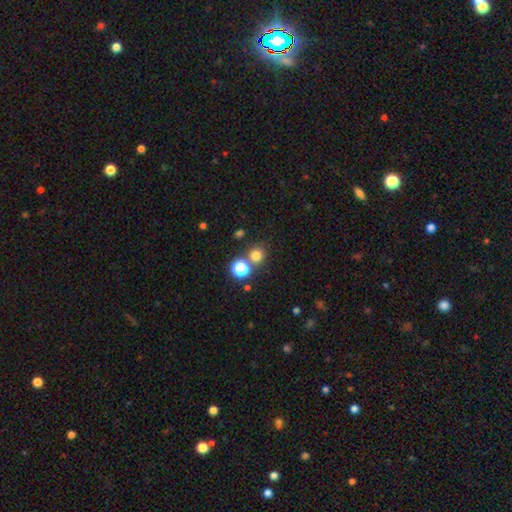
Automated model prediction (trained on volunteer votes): Smooth or featured? smooth (74%)
How rounded? round (89%)
Merging? none (71%)